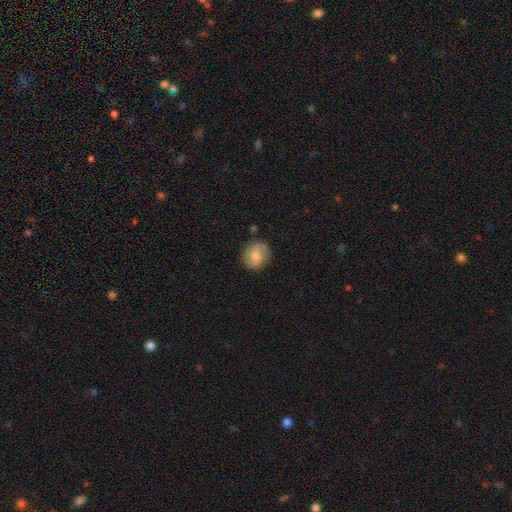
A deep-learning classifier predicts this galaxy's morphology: This is likely a smooth galaxy (69%). How rounded: likely round (79%). Merging: clearly none (81%).